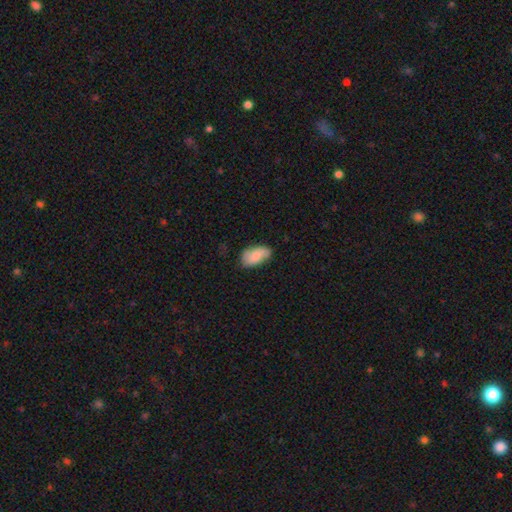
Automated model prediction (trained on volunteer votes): A smooth galaxy with no disk features (73%) that is in between round and cigar-shaped (93%).

Vote fractions:
- Smooth or featured? smooth: 73% / featured or disk: 20% / star or artifact: 7%
- How rounded? in between: 93% / round: 5% / cigar-shaped: 2%
- Merging? none: 63% / minor disturbance: 28% / major disturbance: 7% / merger: 2%